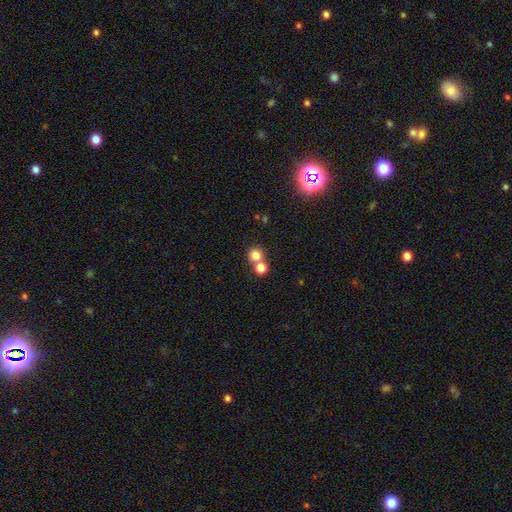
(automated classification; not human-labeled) Overall: smooth (79%). How rounded: round (89%). Merging: none (50%; merger 41%).